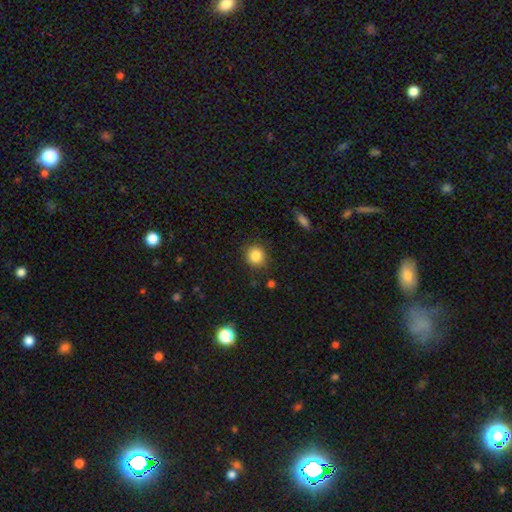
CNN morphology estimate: This appears to be a smooth galaxy with no disk features (85%) that is round (88%). Merging: none (85%).